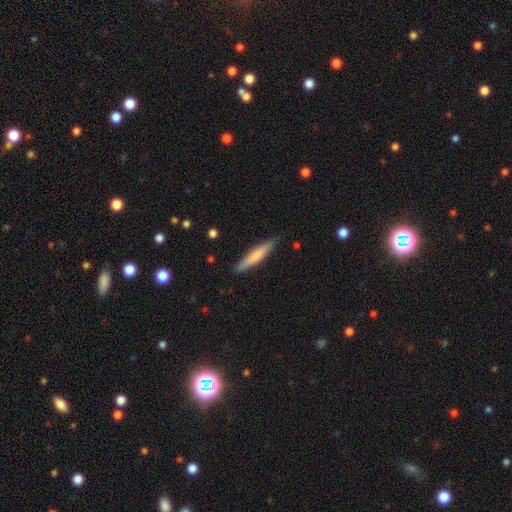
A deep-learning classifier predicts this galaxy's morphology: Overall: smooth (66%; featured or disk 29%). How rounded: cigar-shaped (91%). Merging: none (88%).